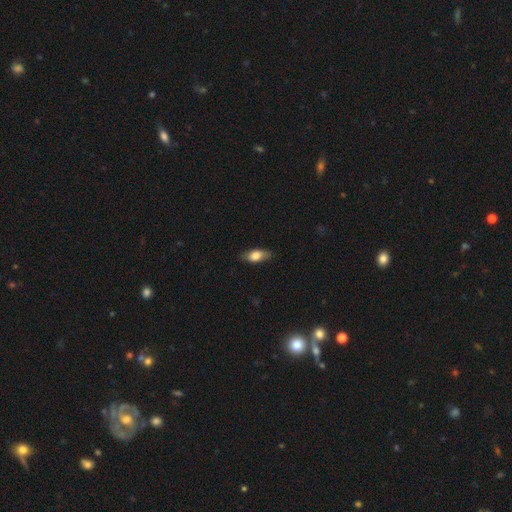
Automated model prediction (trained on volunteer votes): A smooth galaxy with no disk features (77%) that is in between round and cigar-shaped (85%).

Vote fractions:
- Smooth or featured? smooth: 77% / featured or disk: 16% / star or artifact: 6%
- How rounded? in between: 85% / cigar-shaped: 11% / round: 4%
- Merging? none: 84% / minor disturbance: 13% / major disturbance: 3% / merger: 1%